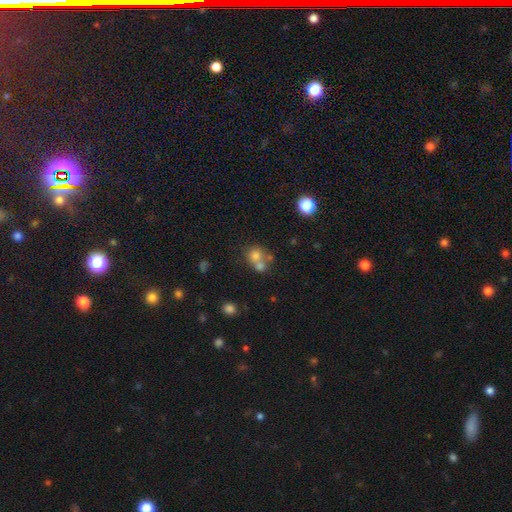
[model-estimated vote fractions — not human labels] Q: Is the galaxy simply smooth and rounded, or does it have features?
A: smooth — 69%.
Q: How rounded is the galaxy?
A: round — 75%.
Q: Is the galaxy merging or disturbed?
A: merger — 55%.